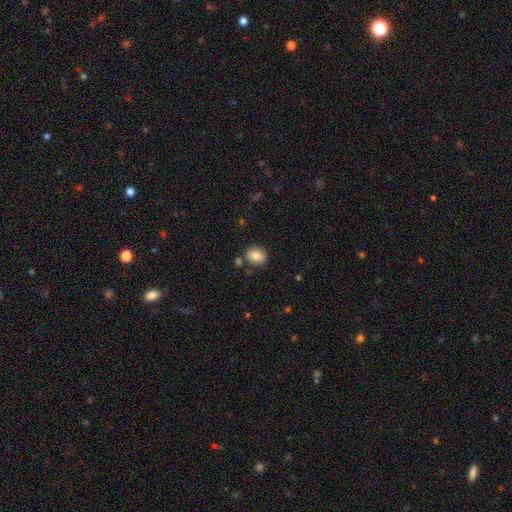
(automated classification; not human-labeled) This appears to be a smooth galaxy with no disk features (83%) that is round (54%). Merging: none (80%).